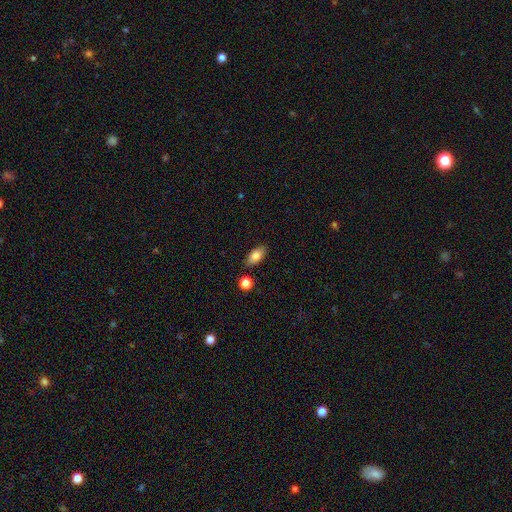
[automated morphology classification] smooth-or-featured: smooth: 82% | featured or disk: 10% | star or artifact: 8%
  how-rounded: in between: 88% | cigar-shaped: 7% | round: 5%
  merging: none: 84% | minor disturbance: 10% | merger: 4% | major disturbance: 2%